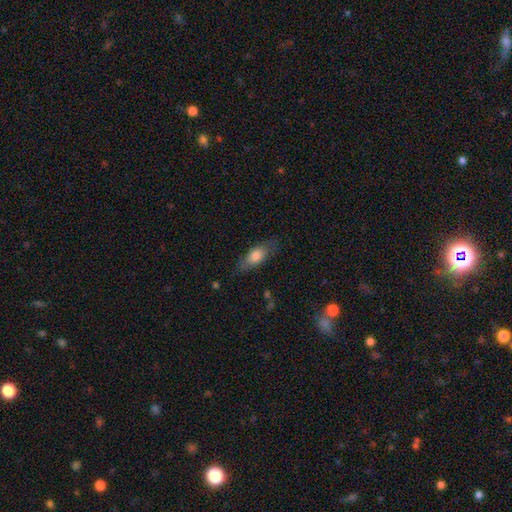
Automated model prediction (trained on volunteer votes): smooth_or_featured: smooth (p=0.75) [alt: featured or disk p=0.19]
how_rounded: in between (p=0.77) [alt: cigar-shaped p=0.19]
merging: none (p=0.75) [alt: minor disturbance p=0.18]